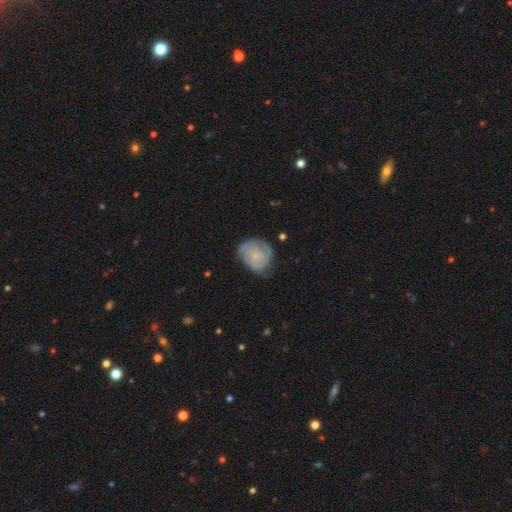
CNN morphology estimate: This is likely a featured or disk galaxy (64%). It is clearly not viewed edge-on (98%). Bar: likely no (79%). Spiral arm pattern: clearly yes (88%). Spiral arm count: marginally 2 (30%). Spiral winding: possibly tight (57%). Central bulge: likely small (74%). Merging: possibly none (54%).